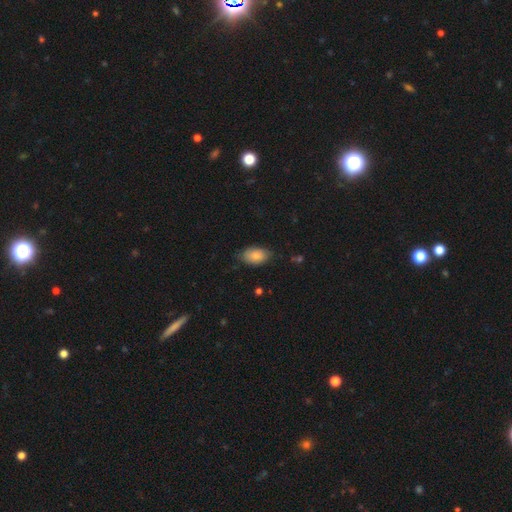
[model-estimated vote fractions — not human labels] Smooth or featured?
  - smooth: 85% *
  - featured or disk: 9%
  - star or artifact: 7%
How rounded?
  - in between: 92% *
  - round: 7%
  - cigar-shaped: 1%
Merging?
  - none: 73% *
  - minor disturbance: 22%
  - major disturbance: 4%
  - merger: 1%